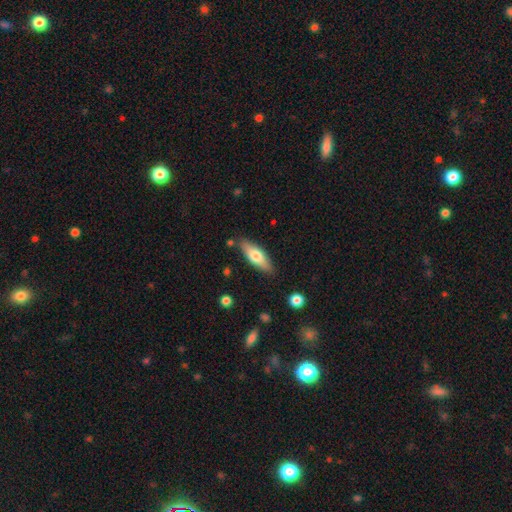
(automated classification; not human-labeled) Q: Smooth or featured?
A: smooth (68%); runner-up: featured or disk (27%)
Q: How rounded?
A: in between (58%); runner-up: cigar-shaped (40%)
Q: Merging?
A: none (83%); runner-up: minor disturbance (12%)